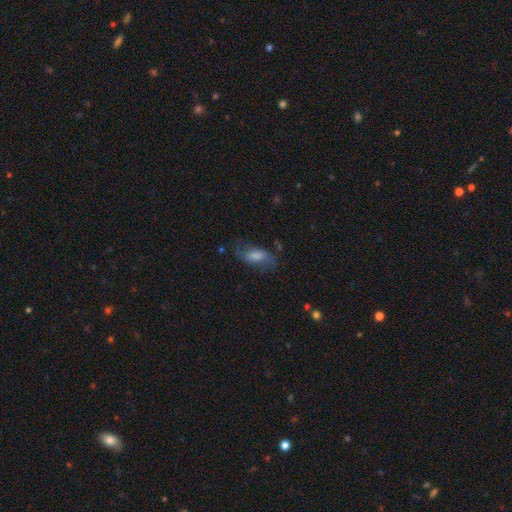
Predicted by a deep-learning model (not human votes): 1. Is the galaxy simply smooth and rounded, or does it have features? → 44% smooth (tied), 44% featured or disk (tied), 11% star or artifact.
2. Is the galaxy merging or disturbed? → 66% none, 21% minor disturbance, 11% major disturbance, 2% merger.